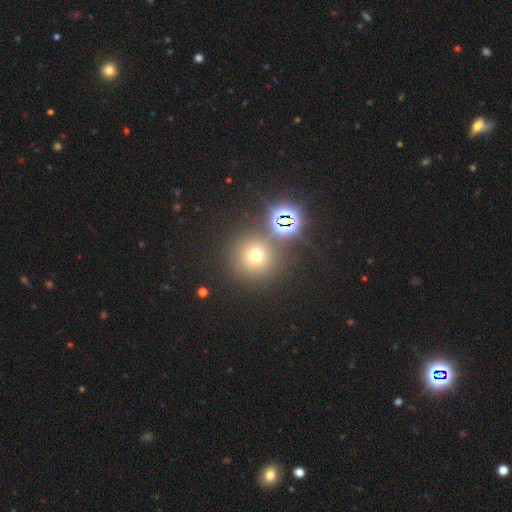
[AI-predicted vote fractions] Smooth or featured? Predicted: smooth (p=0.59). How rounded? Predicted: round (p=0.94). Merging? Predicted: none (p=0.79).